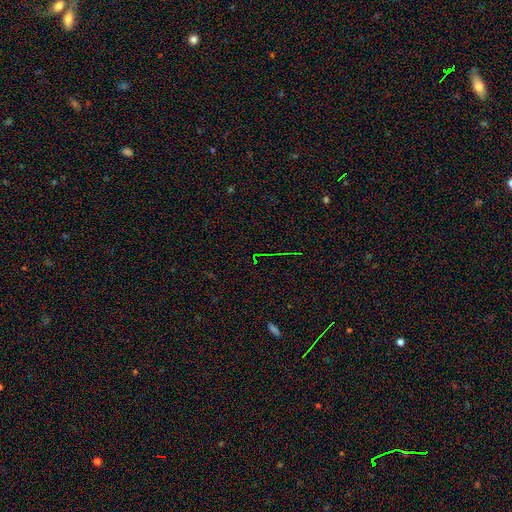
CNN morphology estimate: Overall: star or artifact (75%).